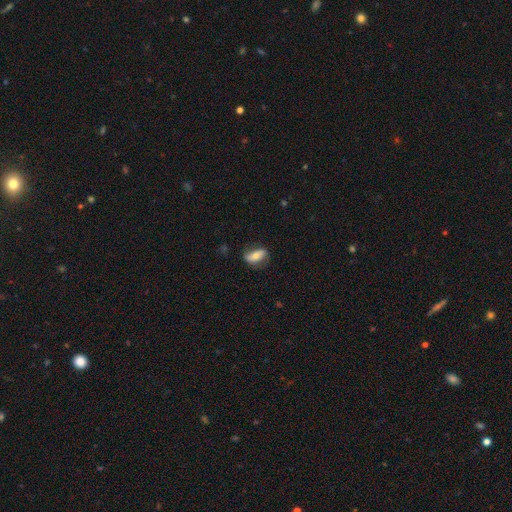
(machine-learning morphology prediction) A smooth galaxy with no disk features (59%) that is in between round and cigar-shaped (82%). Merging: none (67%).